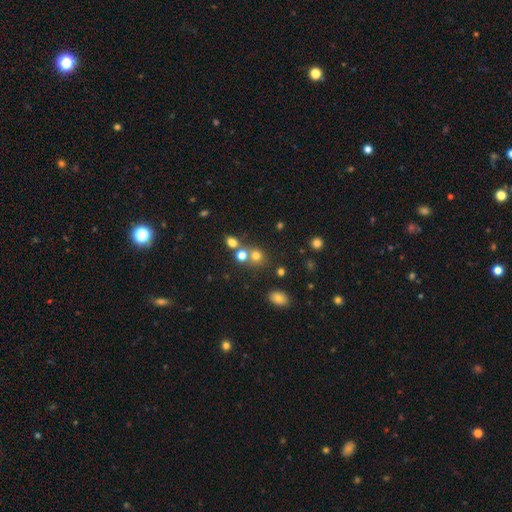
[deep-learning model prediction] Overall: smooth (71%). How rounded: round (83%). Merging: none (56%; merger 30%).